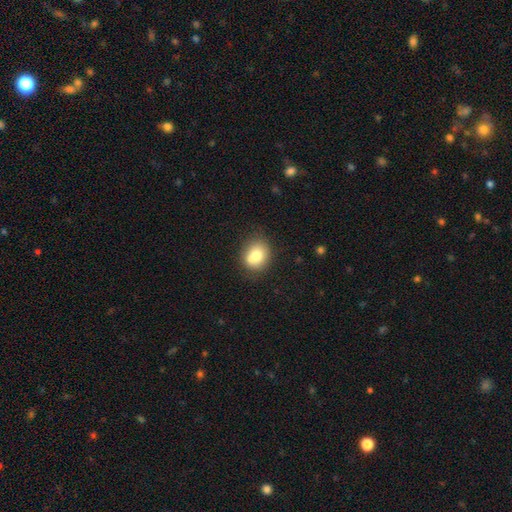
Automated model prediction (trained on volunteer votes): The model was most divided on "how rounded": round: 61%, in between: 38%, cigar-shaped: 1%. More confident: smooth or featured — smooth (75%); merging — none (59%).